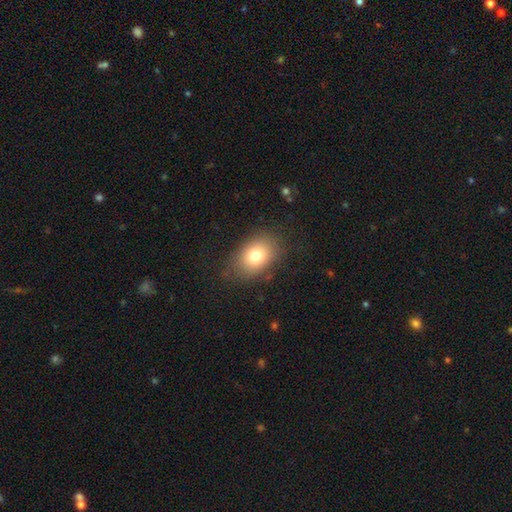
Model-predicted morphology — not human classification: smooth_or_featured: smooth (p=0.77) [alt: featured or disk p=0.13]
how_rounded: in between (p=0.76) [alt: round p=0.23]
merging: none (p=0.78) [alt: minor disturbance p=0.15]